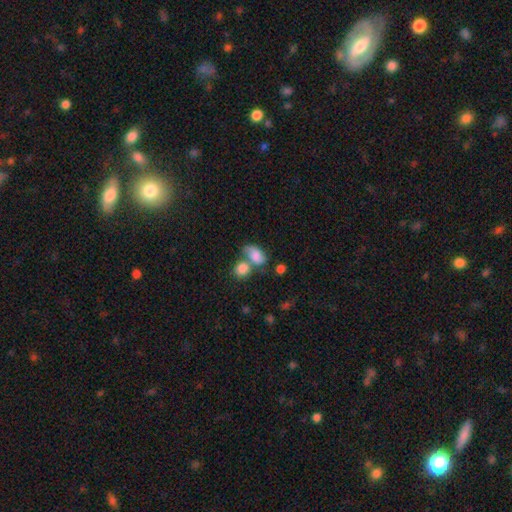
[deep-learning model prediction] Morphology: type=smooth (76%); roundness=in between (79%); merging=merger (49%).